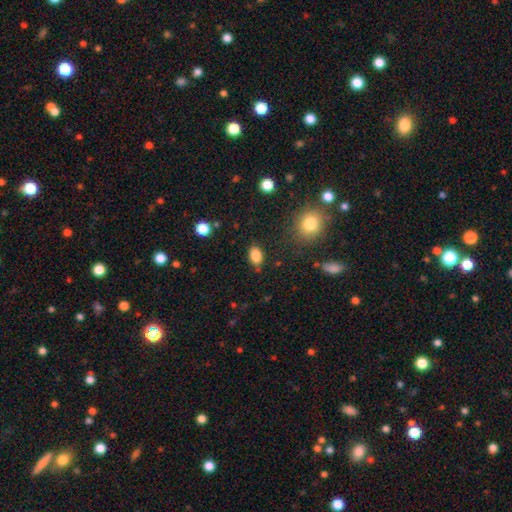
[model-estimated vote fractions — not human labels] Smooth or featured: smooth — 85% (star or artifact — 10%)
How rounded: in between — 87% (round — 11%)
Merging: none — 83% (minor disturbance — 12%)